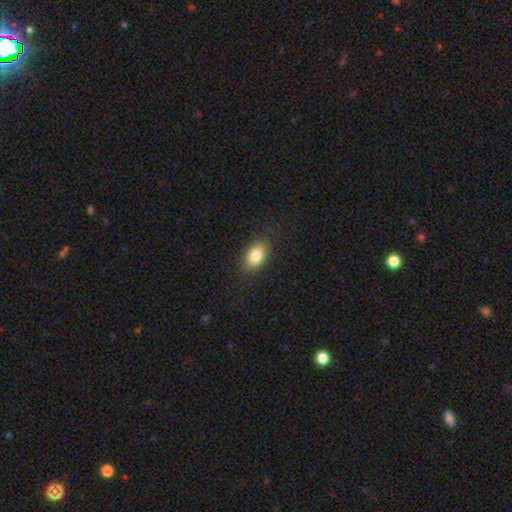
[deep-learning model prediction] smooth_or_featured: smooth (p=0.83) [alt: featured or disk p=0.09]
how_rounded: in between (p=0.88) [alt: round p=0.10]
merging: none (p=0.86) [alt: minor disturbance p=0.10]